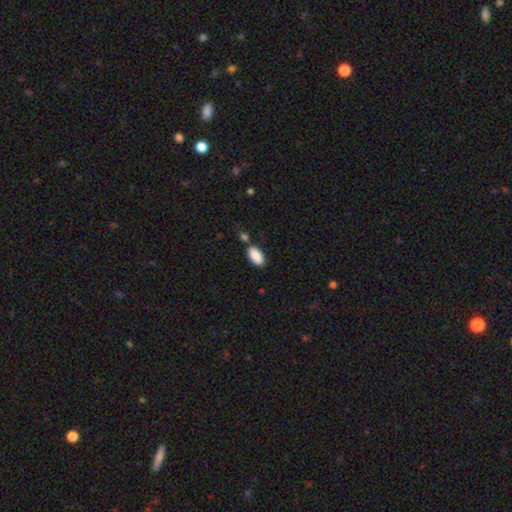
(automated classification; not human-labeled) smooth-or-featured: smooth: 89% | star or artifact: 7% | featured or disk: 5%
  how-rounded: in between: 94% | cigar-shaped: 4% | round: 2%
  merging: none: 71% | minor disturbance: 13% | merger: 12% | major disturbance: 3%